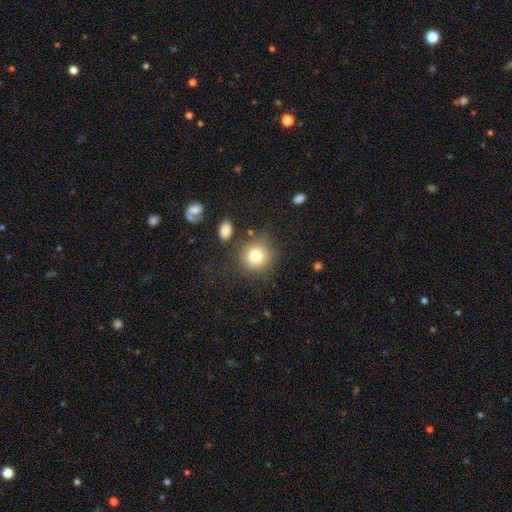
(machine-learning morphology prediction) smooth-or-featured: smooth: 78% | star or artifact: 11% | featured or disk: 10%
  how-rounded: round: 89% | in between: 10% | cigar-shaped: 1%
  merging: none: 79% | minor disturbance: 11% | major disturbance: 5% | merger: 5%